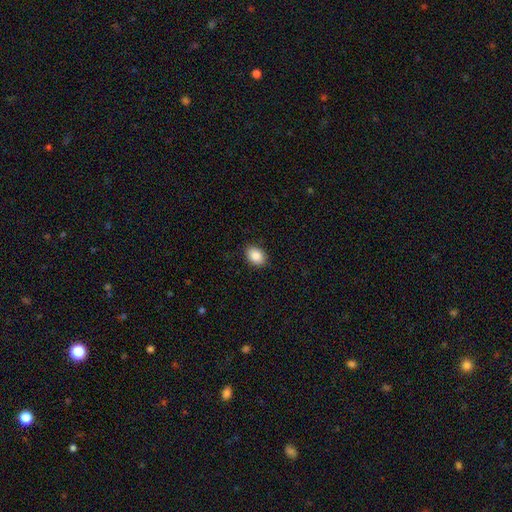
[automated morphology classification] A smooth galaxy with no disk features (88%) that is in between round and cigar-shaped (76%).

Vote fractions:
- Smooth or featured? smooth: 88% / star or artifact: 8% / featured or disk: 4%
- How rounded? in between: 76% / round: 23% / cigar-shaped: 1%
- Merging? none: 88% / minor disturbance: 9% / major disturbance: 2% / merger: 1%